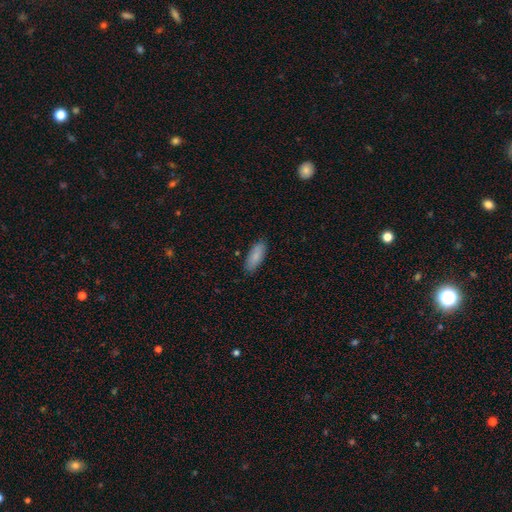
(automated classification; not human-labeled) A smooth galaxy with no disk features (85%) that is in between round and cigar-shaped (80%). Merging: none (86%).